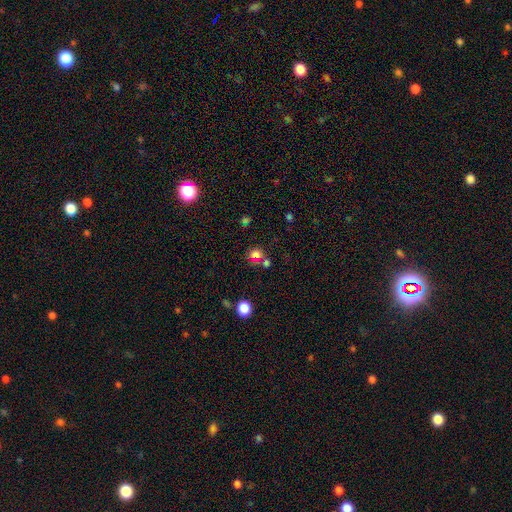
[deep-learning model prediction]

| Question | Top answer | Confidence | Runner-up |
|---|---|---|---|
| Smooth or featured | smooth | 72% | star or artifact (18%) |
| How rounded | round | 62% | in between (37%) |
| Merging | none | 49% | merger (32%) |